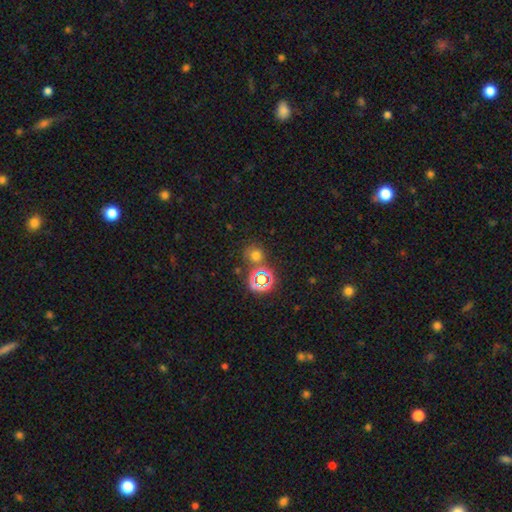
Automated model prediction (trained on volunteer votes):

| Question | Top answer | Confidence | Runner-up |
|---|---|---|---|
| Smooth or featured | smooth | 59% | star or artifact (31%) |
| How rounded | round | 86% | in between (13%) |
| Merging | none | 67% | merger (17%) |